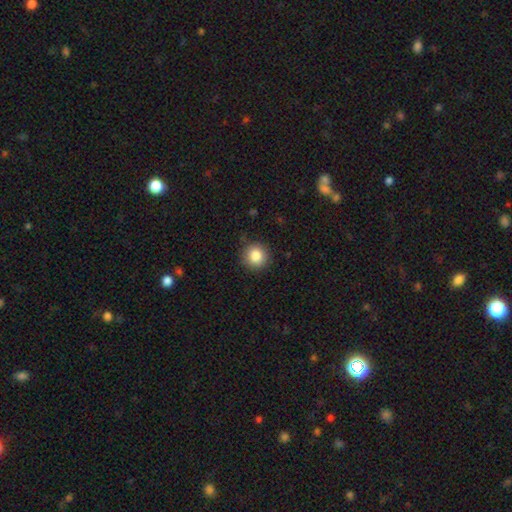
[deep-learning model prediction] smooth_or_featured: smooth (p=0.85) [alt: star or artifact p=0.10]
how_rounded: round (p=0.93) [alt: in between p=0.06]
merging: none (p=0.88) [alt: minor disturbance p=0.09]